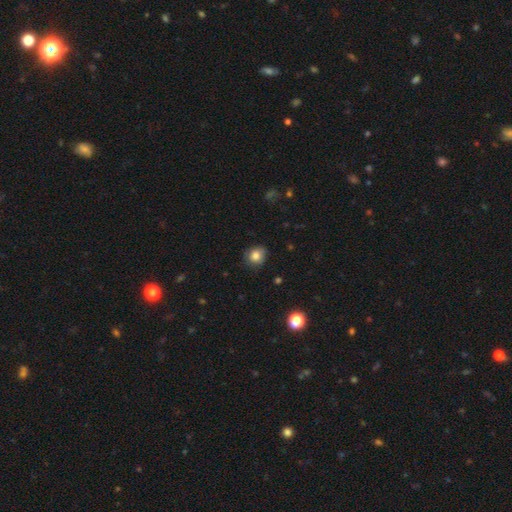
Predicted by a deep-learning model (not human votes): This is clearly a smooth galaxy (82%). How rounded: clearly round (82%). Merging: likely none (80%).